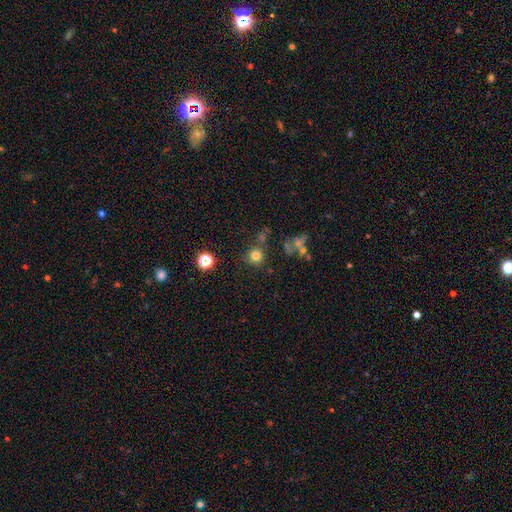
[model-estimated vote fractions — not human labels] The model was most divided on "smooth or featured": smooth: 75%, star or artifact: 18%, featured or disk: 7%. More confident: how rounded — round (93%); merging — none (77%).